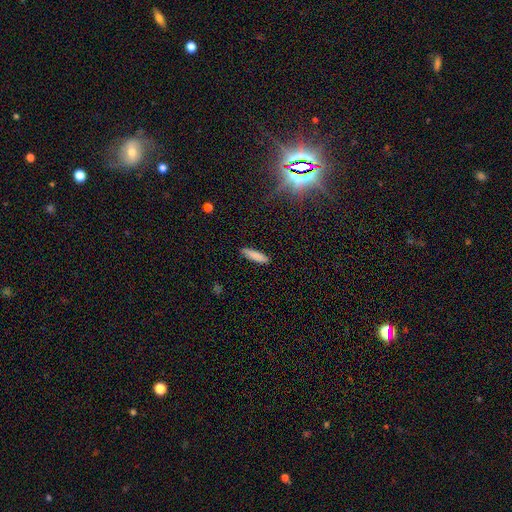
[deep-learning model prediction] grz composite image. It shows a smooth galaxy with no disk features (85%) that is cigar-shaped (71%). Merging: none (89%).